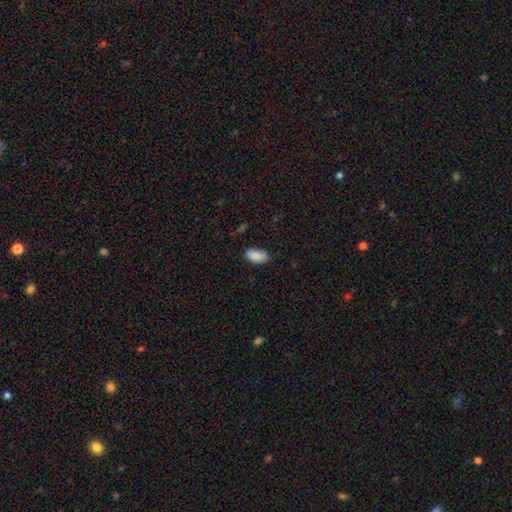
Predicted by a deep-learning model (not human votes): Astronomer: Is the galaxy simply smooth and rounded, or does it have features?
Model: smooth — 89%.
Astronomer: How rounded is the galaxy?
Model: in between — 93%.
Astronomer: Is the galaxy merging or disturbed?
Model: none — 78%.